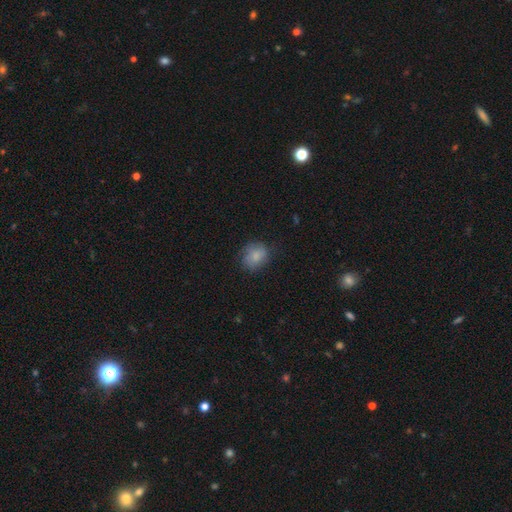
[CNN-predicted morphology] This is likely a smooth galaxy (79%). How rounded: likely round (65%). Merging: likely none (71%).